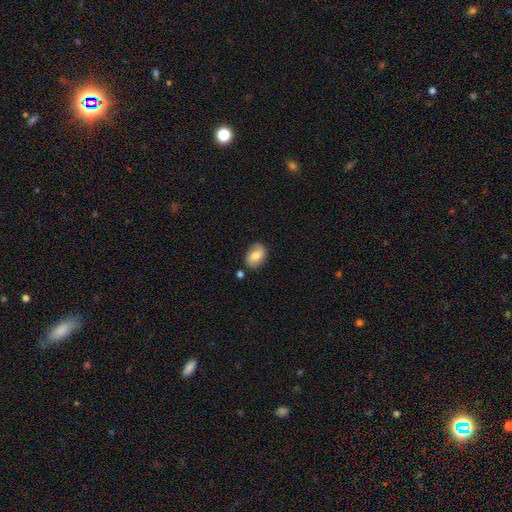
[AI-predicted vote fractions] Morphology: type=smooth (64%); roundness=in between (80%); merging=none (75%).